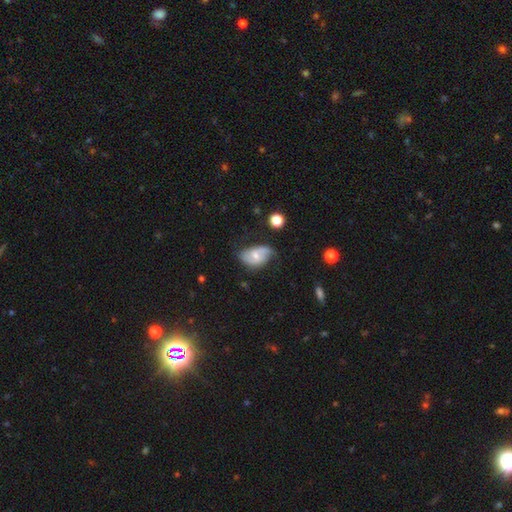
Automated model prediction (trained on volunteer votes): Smooth or featured?
  - featured or disk: 53% *
  - smooth: 39%
  - star or artifact: 8%
Edge-on disk?
  - no: 95% *
  - yes: 5%
Merging?
  - none: 43% *
  - minor disturbance: 36%
  - major disturbance: 17%
  - merger: 4%